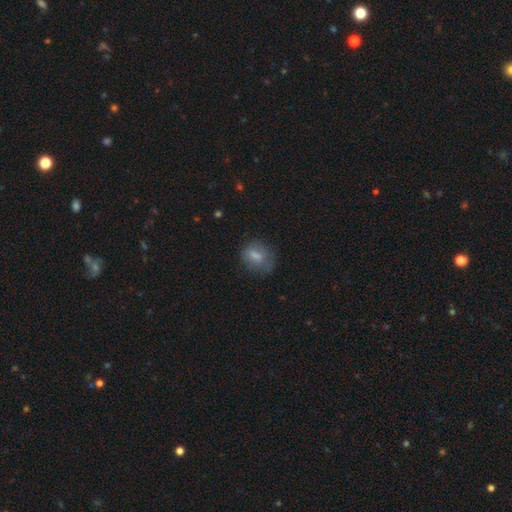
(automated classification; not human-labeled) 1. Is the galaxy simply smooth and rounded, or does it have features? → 73% smooth, 18% featured or disk, 10% star or artifact.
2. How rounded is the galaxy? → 51% round, 47% in between, 2% cigar-shaped.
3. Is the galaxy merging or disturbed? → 59% none, 25% minor disturbance, 14% major disturbance, 2% merger.